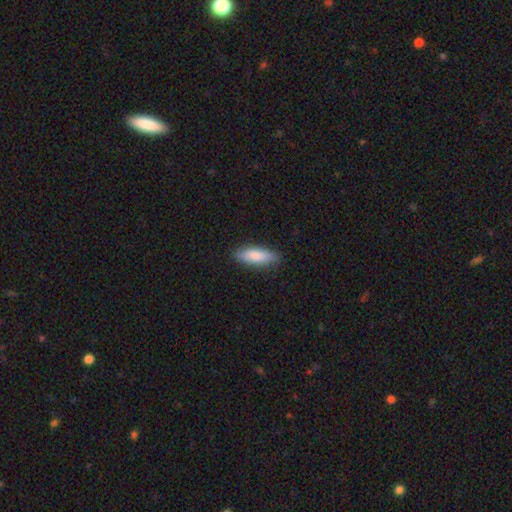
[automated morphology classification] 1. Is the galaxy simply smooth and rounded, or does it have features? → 80% smooth, 14% featured or disk, 6% star or artifact.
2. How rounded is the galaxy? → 52% in between, 46% cigar-shaped, 2% round.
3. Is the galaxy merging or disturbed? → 84% none, 13% minor disturbance, 2% major disturbance, 1% merger.